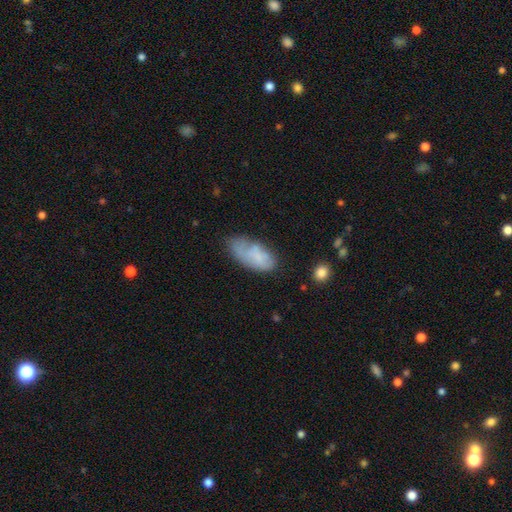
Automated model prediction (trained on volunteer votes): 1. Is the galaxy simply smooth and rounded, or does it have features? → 67% smooth, 25% featured or disk, 8% star or artifact.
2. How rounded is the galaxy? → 89% in between, 8% cigar-shaped, 3% round.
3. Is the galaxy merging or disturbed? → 44% none, 33% minor disturbance, 17% major disturbance, 6% merger.